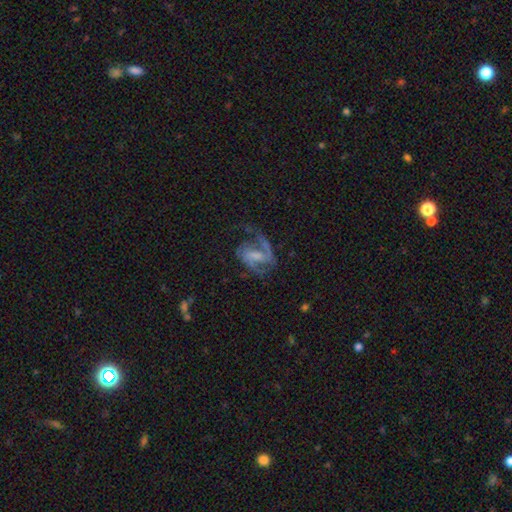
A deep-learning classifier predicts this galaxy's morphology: A featured or disk galaxy (84%) with a weak bar (48%), 2 (81%) medium (51%) spiral arms (94%) and a small central bulge (34%).

Vote fractions:
- Smooth or featured? featured or disk: 84% / smooth: 10% / star or artifact: 6%
- Edge-on disk? no: 97% / yes: 3%
- Bar? weak: 48% / strong: 30% / no: 22%
- Spiral arms? yes: 94% / no: 6%
- Spiral winding? medium: 51% / loose: 32% / tight: 16%
- Spiral arm count? 2: 81% / 1: 7% / can't tell: 6% / 3: 3% / 4: 1% / more than 4: 1%
- Bulge size? small: 34% / moderate: 31% / none: 26% / large: 8% / dominant: 1%
- Merging? none: 51% / major disturbance: 27% / minor disturbance: 20% / merger: 3%